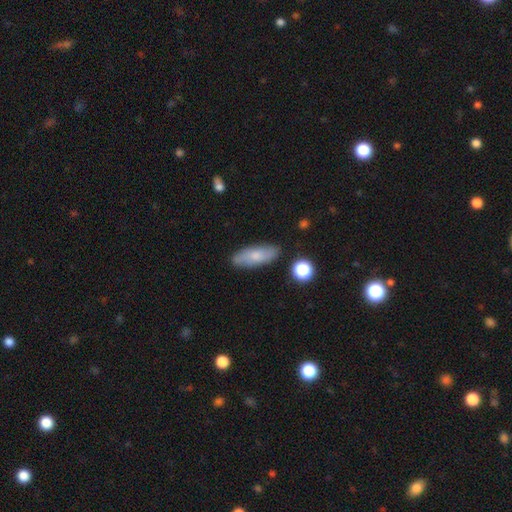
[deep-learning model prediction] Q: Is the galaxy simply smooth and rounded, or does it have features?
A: smooth — 69%.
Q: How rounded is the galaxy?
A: in between — 65%.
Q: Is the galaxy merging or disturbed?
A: none — 83%.